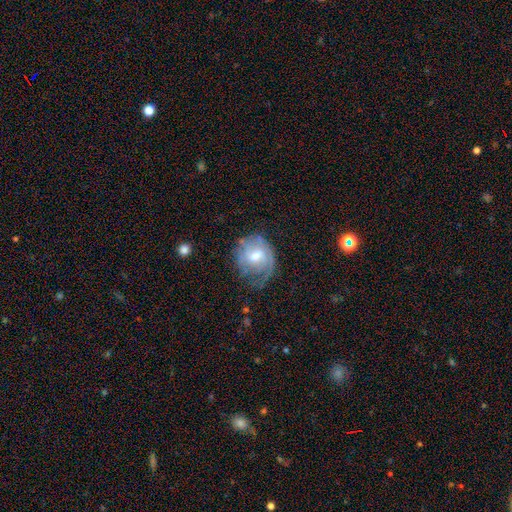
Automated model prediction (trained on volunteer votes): Smooth or featured?
  - featured or disk: 57% *
  - smooth: 35%
  - star or artifact: 8%
Edge-on disk?
  - no: 96% *
  - yes: 4%
Bar?
  - weak: 46% *
  - no: 45%
  - strong: 9%
Spiral arms?
  - yes: 71% *
  - no: 29%
Bulge size?
  - moderate: 66% *
  - small: 22%
  - large: 9%
  - none: 2%
  - dominant: 1%
Merging?
  - none: 48% *
  - minor disturbance: 28%
  - major disturbance: 22%
  - merger: 2%